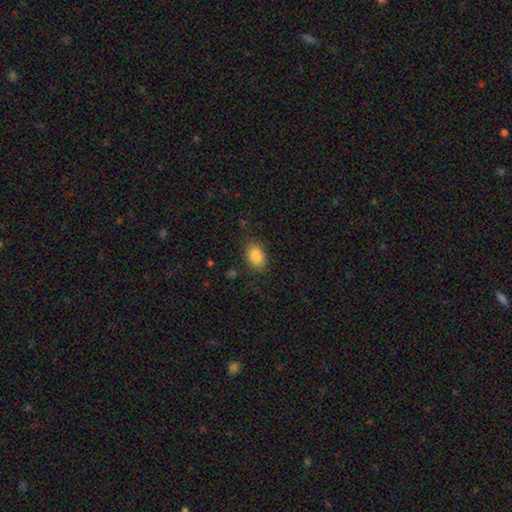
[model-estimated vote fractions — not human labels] A smooth galaxy with no disk features (88%) that is in between round and cigar-shaped (84%). Merging: none (81%).